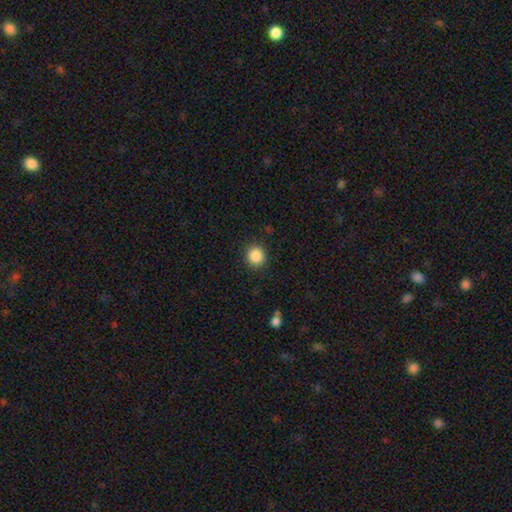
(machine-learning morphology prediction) The model was most divided on "smooth or featured": smooth: 87%, star or artifact: 9%, featured or disk: 3%. More confident: merging — none (90%); how rounded — round (90%).